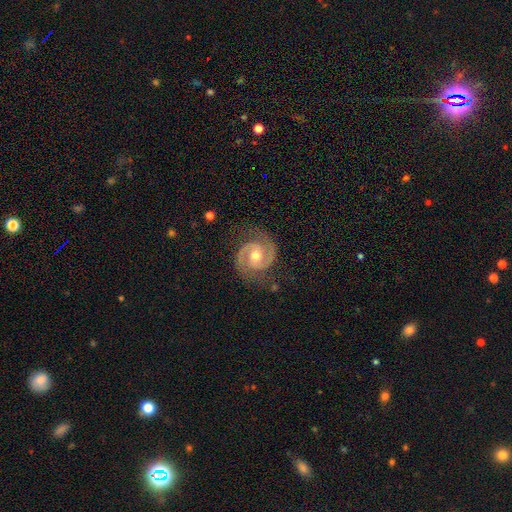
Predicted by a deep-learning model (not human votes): This appears to be a featured or disk galaxy (92%) with no bar (52%), 2 (94%) medium (51%) spiral arms (98%) and a moderate central bulge (71%). Merging: none (83%).